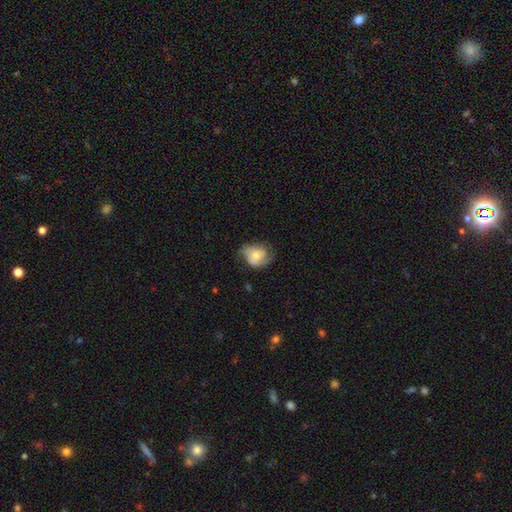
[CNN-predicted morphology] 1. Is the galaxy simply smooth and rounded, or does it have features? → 52% smooth, 40% featured or disk, 7% star or artifact.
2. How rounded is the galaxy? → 50% round, 49% in between, 1% cigar-shaped.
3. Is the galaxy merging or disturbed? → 49% none, 32% minor disturbance, 17% major disturbance, 2% merger.